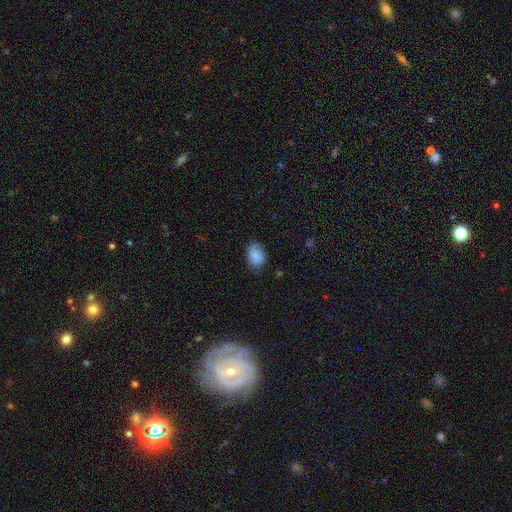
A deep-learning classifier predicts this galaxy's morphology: This appears to be a smooth galaxy with no disk features (86%) that is in between round and cigar-shaped (77%). Merging: none (73%).